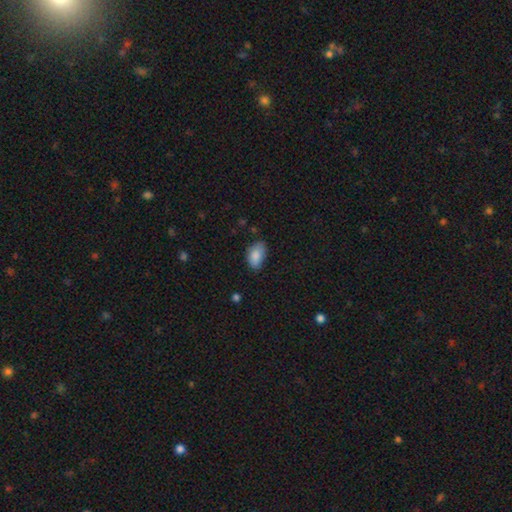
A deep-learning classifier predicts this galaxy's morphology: Smooth or featured?
  - smooth: 87% *
  - star or artifact: 7%
  - featured or disk: 6%
How rounded?
  - in between: 92% *
  - round: 6%
  - cigar-shaped: 2%
Merging?
  - none: 71% *
  - minor disturbance: 24%
  - major disturbance: 4%
  - merger: 1%